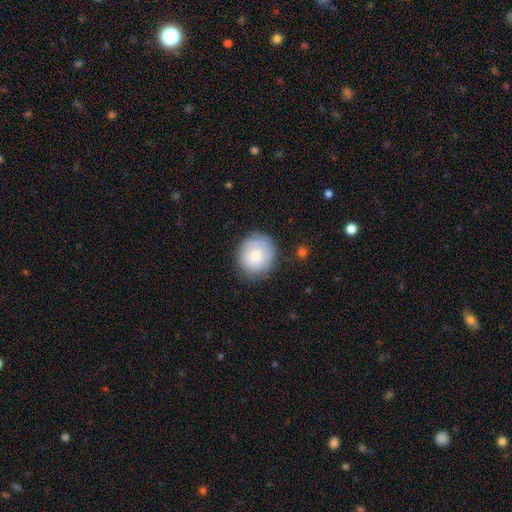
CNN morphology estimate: The model was most divided on "smooth or featured": smooth: 71%, featured or disk: 22%, star or artifact: 7%. More confident: how rounded — round (85%); merging — none (78%).